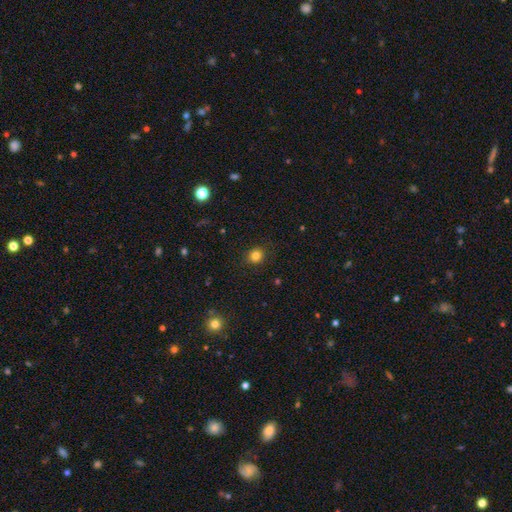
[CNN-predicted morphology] smooth-or-featured: smooth: 82% | star or artifact: 13% | featured or disk: 5%
  how-rounded: round: 82% | in between: 17% | cigar-shaped: 1%
  merging: none: 89% | minor disturbance: 8% | major disturbance: 2% | merger: 1%